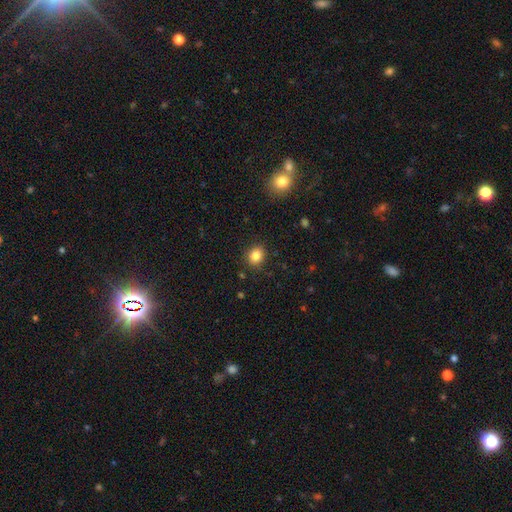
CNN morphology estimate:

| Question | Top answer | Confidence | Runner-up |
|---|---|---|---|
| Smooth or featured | smooth | 82% | star or artifact (12%) |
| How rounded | round | 69% | in between (30%) |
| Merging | none | 88% | minor disturbance (8%) |